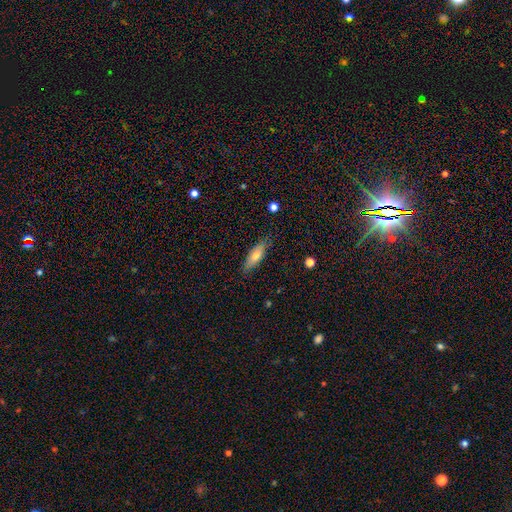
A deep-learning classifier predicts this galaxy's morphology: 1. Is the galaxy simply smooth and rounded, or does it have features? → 68% smooth, 25% featured or disk, 7% star or artifact.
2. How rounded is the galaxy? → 54% in between, 44% cigar-shaped, 2% round.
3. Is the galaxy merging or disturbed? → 83% none, 13% minor disturbance, 2% major disturbance, 1% merger.